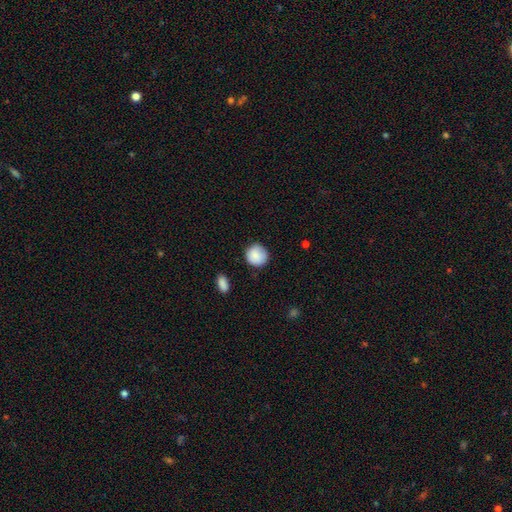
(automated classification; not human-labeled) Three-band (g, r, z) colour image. It shows a smooth galaxy with no disk features (87%) that is round (91%). Merging: none (81%).